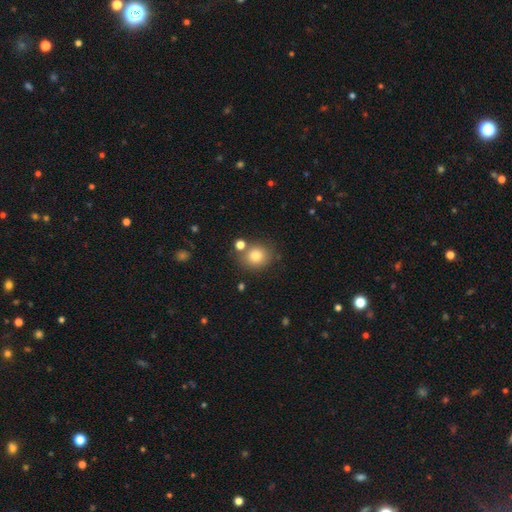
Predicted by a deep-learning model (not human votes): The model was most divided on "how rounded": round: 79%, in between: 20%, cigar-shaped: 1%. More confident: smooth or featured — smooth (80%); merging — none (75%).